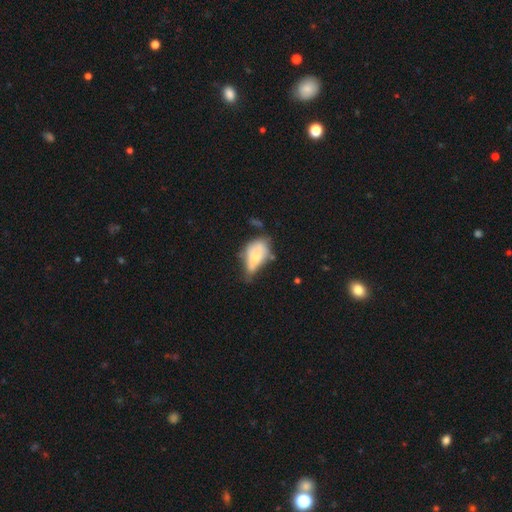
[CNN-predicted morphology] This is likely a smooth galaxy (64%). How rounded: clearly in between (86%). Merging: marginally minor disturbance (37%).